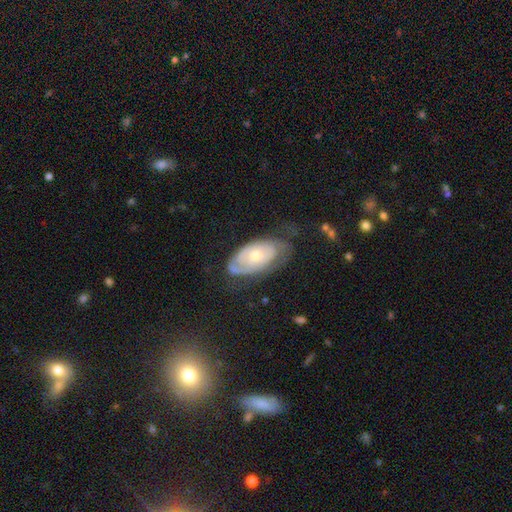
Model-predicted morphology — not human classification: smooth-or-featured: featured or disk: 58% | smooth: 36% | star or artifact: 6%
  disk-edge-on: no: 91% | yes: 9%
    bar: no: 83% | weak: 15% | strong: 3%
    has-spiral-arms: yes: 62% | no: 38%
    bulge-size: moderate: 47% (tied) | small: 47% (tied) | large: 3% | none: 1% | dominant: 1%
  merging: none: 48% | minor disturbance: 31% | major disturbance: 19% | merger: 2%